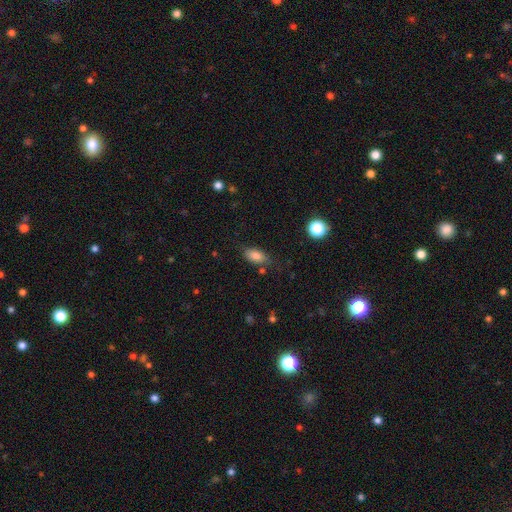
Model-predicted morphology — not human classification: Smooth or featured?
  - smooth: 82% *
  - star or artifact: 9%
  - featured or disk: 9%
How rounded?
  - in between: 88% *
  - round: 6%
  - cigar-shaped: 6%
Merging?
  - none: 75% *
  - minor disturbance: 17%
  - major disturbance: 4%
  - merger: 4%